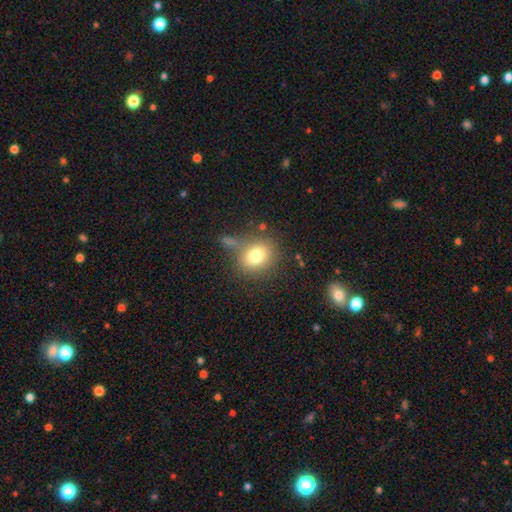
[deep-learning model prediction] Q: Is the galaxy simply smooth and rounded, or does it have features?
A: smooth — 77%.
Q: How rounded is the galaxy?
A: round — 64%.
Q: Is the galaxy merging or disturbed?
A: none — 69%.